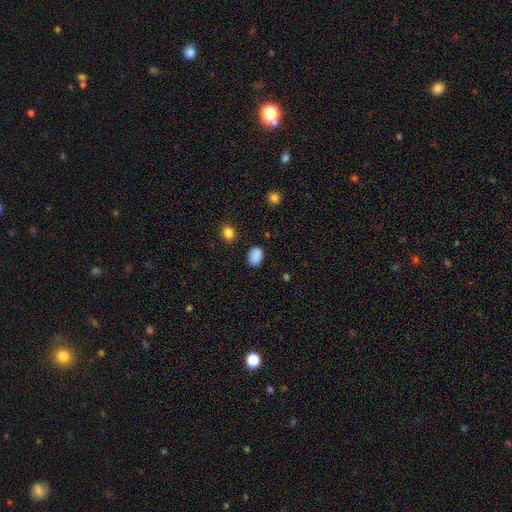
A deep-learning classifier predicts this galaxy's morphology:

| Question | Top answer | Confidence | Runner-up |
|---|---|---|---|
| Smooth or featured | smooth | 88% | star or artifact (9%) |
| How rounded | in between | 78% | round (21%) |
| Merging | none | 83% | minor disturbance (13%) |